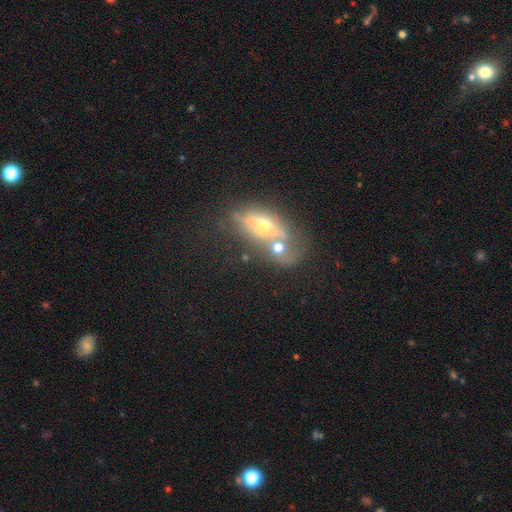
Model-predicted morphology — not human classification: The model was most divided on "smooth or featured": featured or disk: 45%, smooth: 42%, star or artifact: 13%. More confident: merging — merger (62%).